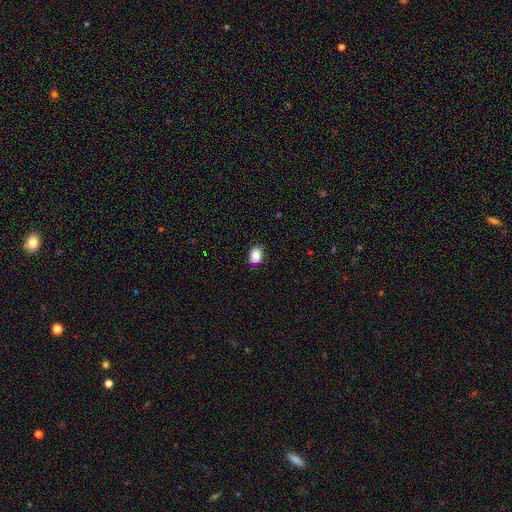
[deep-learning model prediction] A smooth galaxy with no disk features (88%) that is in between round and cigar-shaped (75%).

Vote fractions:
- Smooth or featured? smooth: 88% / star or artifact: 8% / featured or disk: 4%
- How rounded? in between: 75% / round: 24% / cigar-shaped: 1%
- Merging? none: 83% / minor disturbance: 13% / major disturbance: 3% / merger: 1%